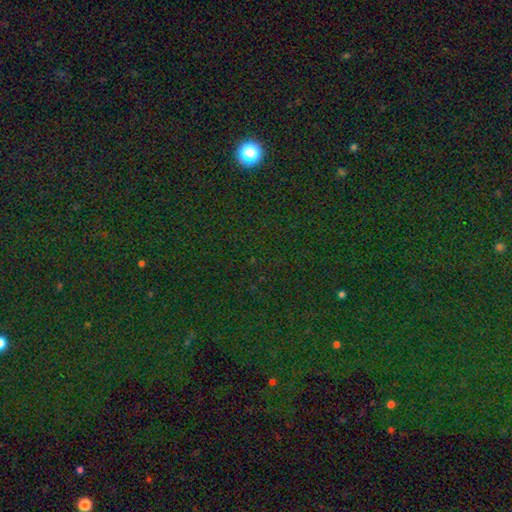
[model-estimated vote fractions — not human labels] Smooth or featured?
  - star or artifact: 80% *
  - smooth: 12%
  - featured or disk: 8%